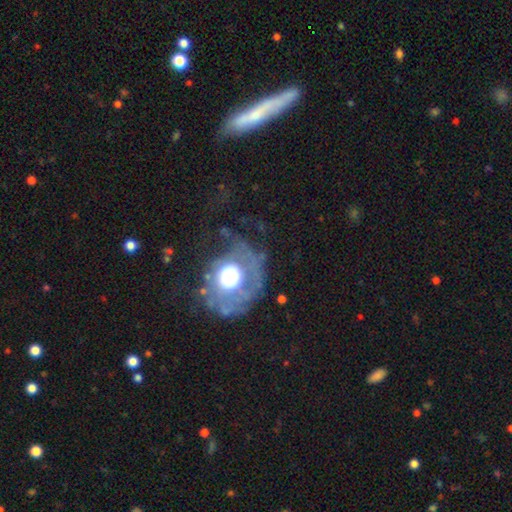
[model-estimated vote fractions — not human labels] smooth_or_featured: featured or disk (p=0.59) [alt: smooth p=0.25]
disk_edge_on: no (p=0.88) [alt: yes p=0.12]
bar: no (p=0.82) [alt: weak p=0.12]
has_spiral_arms: yes (p=0.55) [alt: no p=0.45]
bulge_size: large (p=0.46) [alt: moderate p=0.37]
merging: none (p=0.61) [alt: minor disturbance p=0.19]